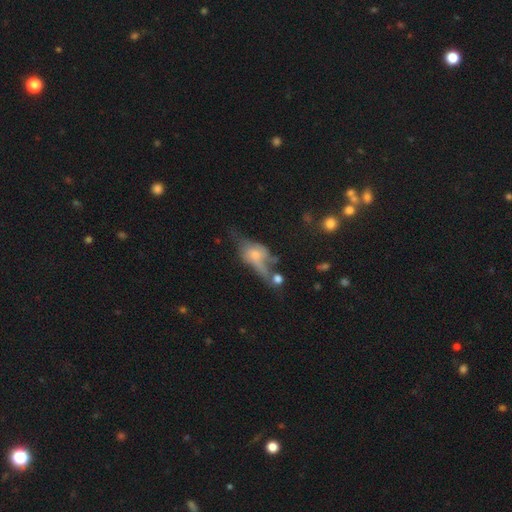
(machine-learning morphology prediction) smooth-or-featured: featured or disk: 47% | smooth: 41% | star or artifact: 12%
  merging: major disturbance: 36% | none: 24% | merger: 20% | minor disturbance: 20%